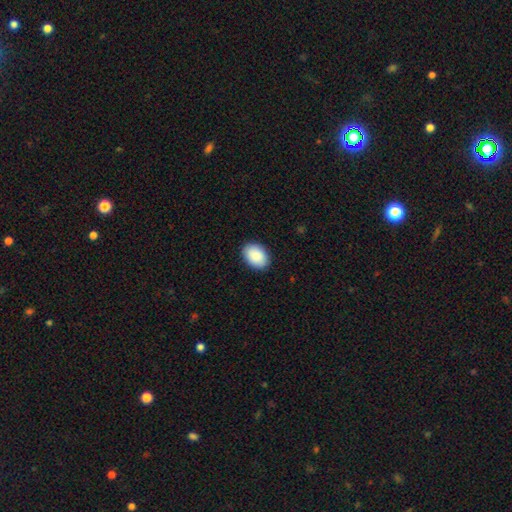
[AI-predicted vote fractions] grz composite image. It shows a smooth galaxy with no disk features (91%) that is in between round and cigar-shaped (83%). Merging: none (89%).